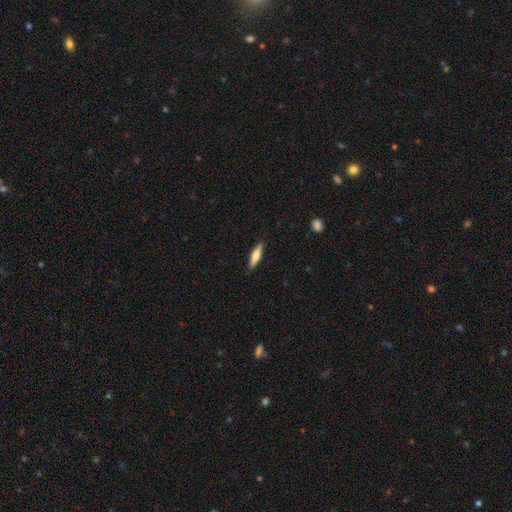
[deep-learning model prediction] A smooth galaxy with no disk features (69%) that is cigar-shaped (73%). Merging: none (88%).